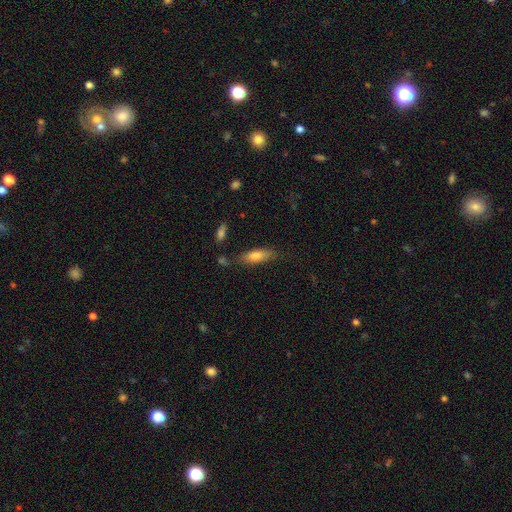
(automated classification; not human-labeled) smooth_or_featured: smooth (p=0.74) [alt: featured or disk p=0.19]
how_rounded: in between (p=0.52) [alt: cigar-shaped p=0.45]
merging: none (p=0.70) [alt: minor disturbance p=0.19]